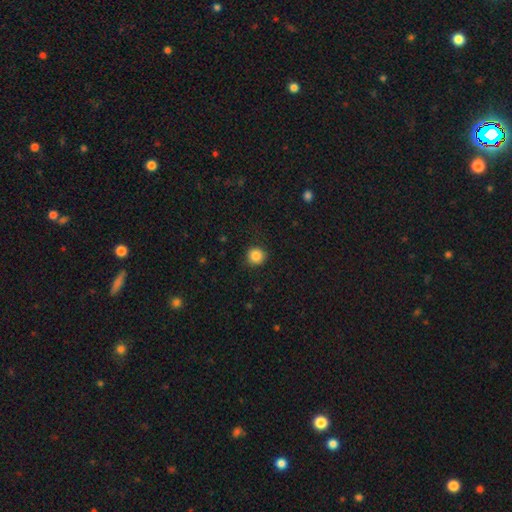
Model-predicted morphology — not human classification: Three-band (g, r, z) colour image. It shows a smooth galaxy with no disk features (86%) that is round (93%). Merging: none (90%).